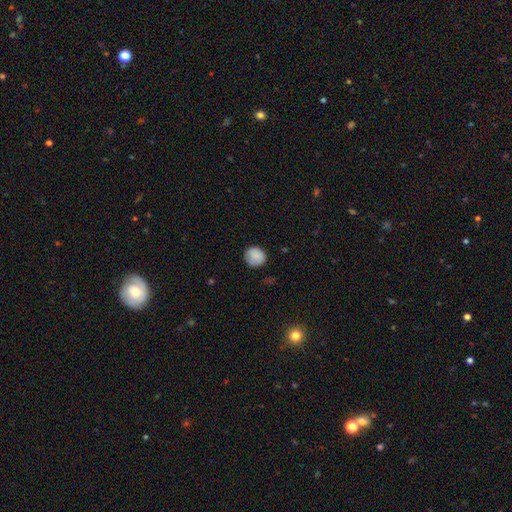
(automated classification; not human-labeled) Smooth or featured?
  - smooth: 86% *
  - star or artifact: 8%
  - featured or disk: 6%
How rounded?
  - round: 84% *
  - in between: 15%
  - cigar-shaped: 1%
Merging?
  - none: 76% *
  - minor disturbance: 18%
  - major disturbance: 4%
  - merger: 1%